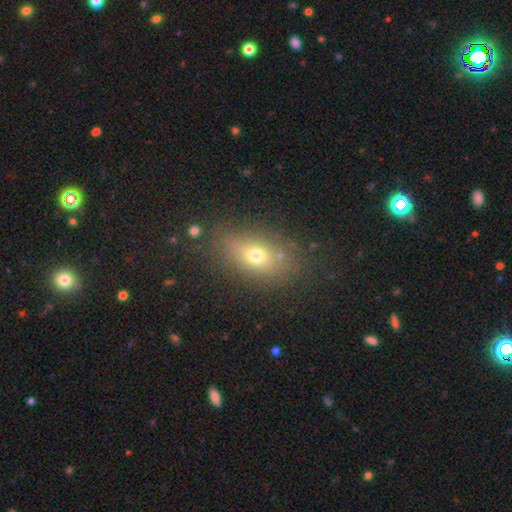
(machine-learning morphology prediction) type=smooth (68%); roundness=in between (78%); merging=none (79%).